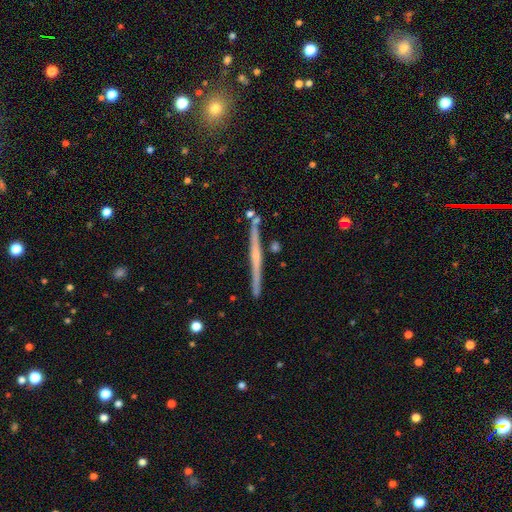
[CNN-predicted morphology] Smooth or featured? featured or disk (73%)
Edge-on disk? yes (98%)
Edge-on bulge? rounded (47%)
Merging? none (89%)